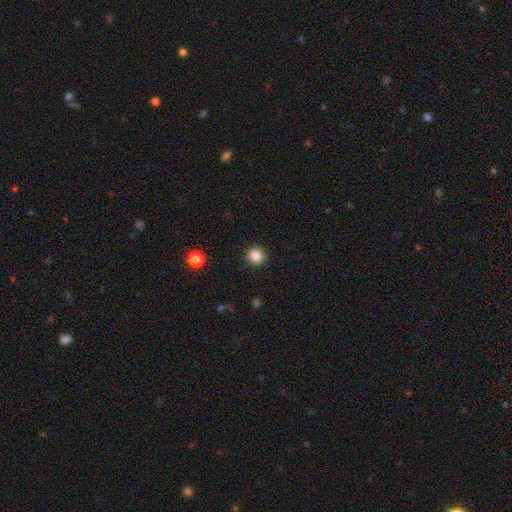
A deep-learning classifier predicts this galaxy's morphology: The model was most divided on "smooth or featured": smooth: 85%, star or artifact: 11%, featured or disk: 4%. More confident: how rounded — round (92%); merging — none (91%).